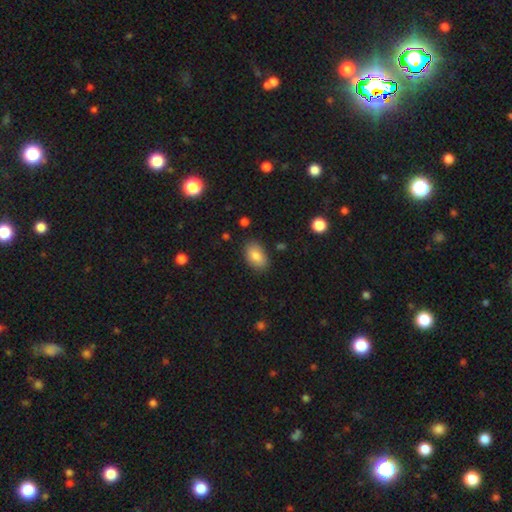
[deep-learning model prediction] Q: Smooth or featured?
A: smooth (83%); runner-up: featured or disk (9%)
Q: How rounded?
A: in between (90%); runner-up: round (9%)
Q: Merging?
A: none (84%); runner-up: minor disturbance (12%)